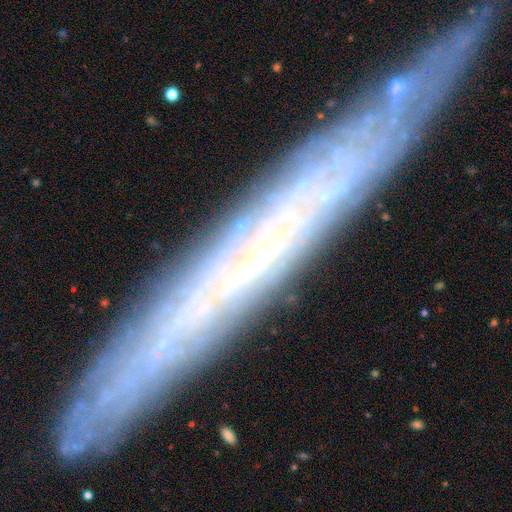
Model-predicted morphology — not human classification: type=featured or disk (70%); edge-on=yes (76%); edge-on bulge=none (81%); merging=none (83%).